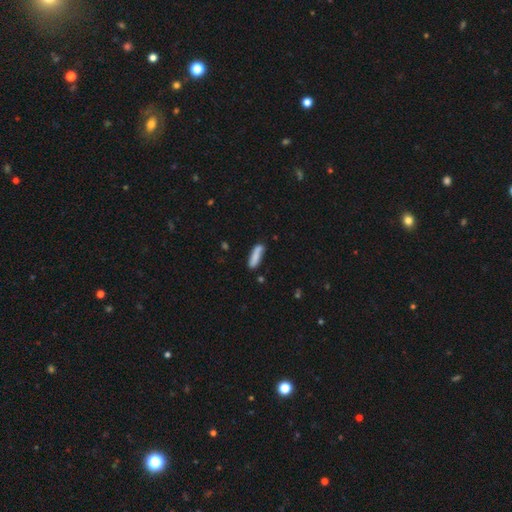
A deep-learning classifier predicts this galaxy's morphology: The model was most divided on "how rounded": cigar-shaped: 67%, in between: 31%, round: 2%. More confident: smooth or featured — smooth (79%); merging — none (69%).